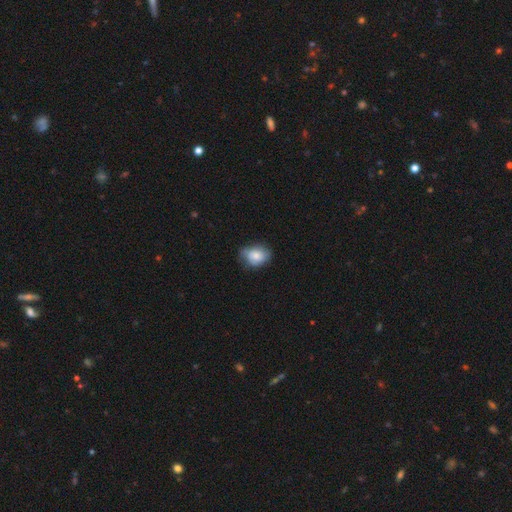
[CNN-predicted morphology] Smooth or featured?
  - smooth: 74% *
  - featured or disk: 18%
  - star or artifact: 8%
How rounded?
  - in between: 59% *
  - round: 40%
  - cigar-shaped: 1%
Merging?
  - none: 55% *
  - minor disturbance: 35%
  - major disturbance: 9%
  - merger: 1%